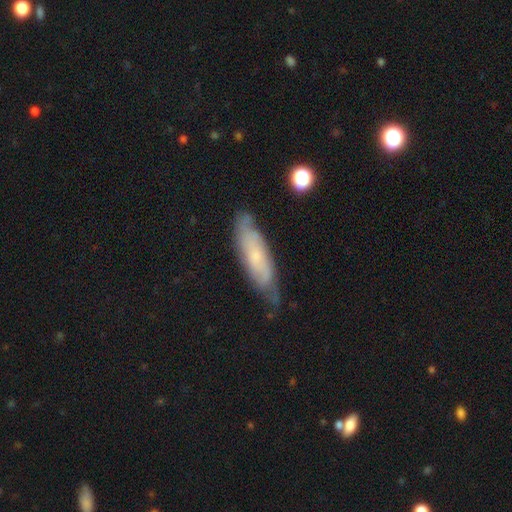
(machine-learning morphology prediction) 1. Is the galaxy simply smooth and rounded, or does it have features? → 56% featured or disk, 36% smooth, 7% star or artifact.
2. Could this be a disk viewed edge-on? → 69% no, 31% yes.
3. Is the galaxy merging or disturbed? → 67% none, 25% minor disturbance, 6% major disturbance, 2% merger.